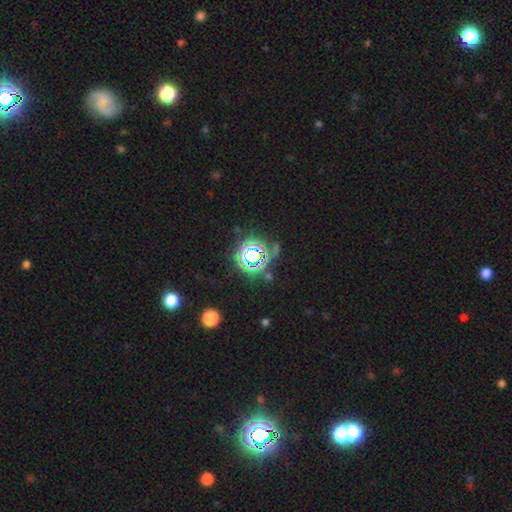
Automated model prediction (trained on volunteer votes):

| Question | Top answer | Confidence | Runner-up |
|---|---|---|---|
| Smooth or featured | star or artifact | 70% | smooth (18%) |